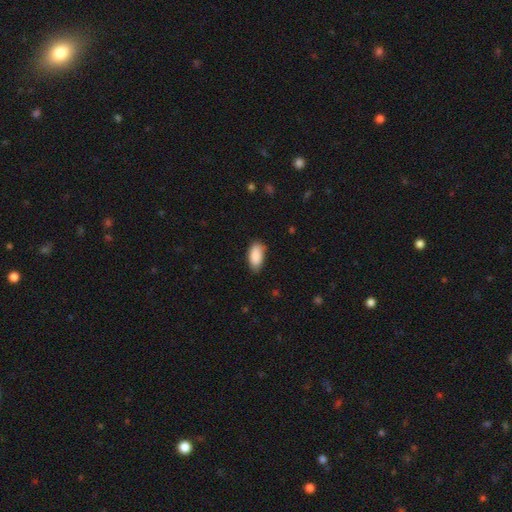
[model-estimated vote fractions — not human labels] smooth_or_featured: smooth (p=0.89) [alt: star or artifact p=0.06]
how_rounded: in between (p=0.92) [alt: cigar-shaped p=0.05]
merging: none (p=0.77) [alt: minor disturbance p=0.19]